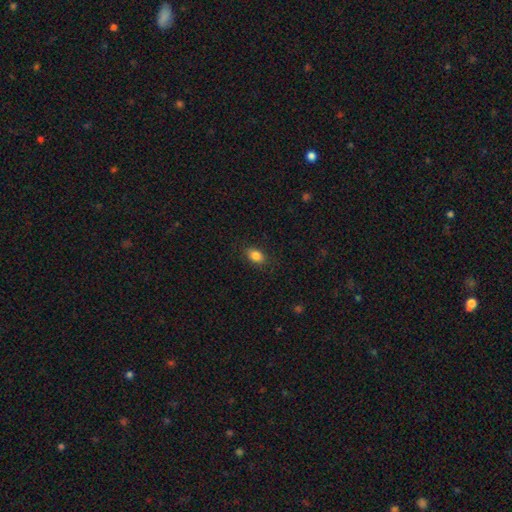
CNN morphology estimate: Smooth or featured? Predicted: smooth (p=0.85). How rounded? Predicted: in between (p=0.85). Merging? Predicted: none (p=0.86).